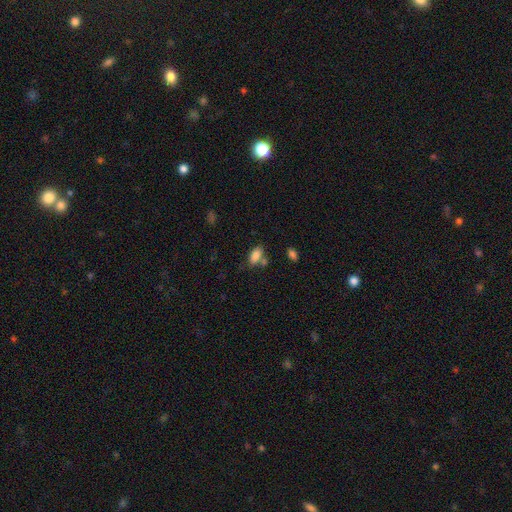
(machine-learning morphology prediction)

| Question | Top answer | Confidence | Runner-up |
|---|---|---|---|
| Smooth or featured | smooth | 85% | star or artifact (8%) |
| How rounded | in between | 91% | cigar-shaped (6%) |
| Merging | none | 61% | merger (19%) |